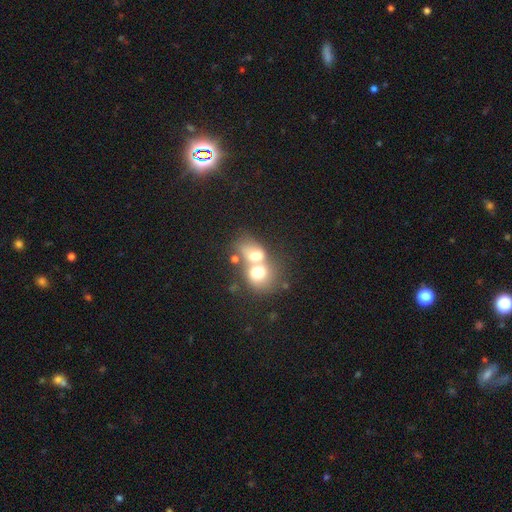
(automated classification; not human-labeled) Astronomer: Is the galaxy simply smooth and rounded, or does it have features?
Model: smooth — 65%.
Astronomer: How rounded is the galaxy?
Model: round — 52% (runner-up: in between, 47%).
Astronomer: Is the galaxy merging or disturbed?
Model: merger — 76%.